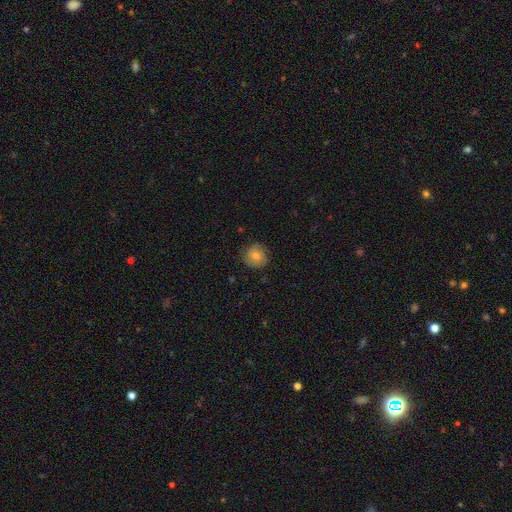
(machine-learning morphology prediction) Q: Smooth or featured?
A: smooth (61%); runner-up: featured or disk (29%)
Q: How rounded?
A: round (91%); runner-up: in between (8%)
Q: Merging?
A: none (83%); runner-up: minor disturbance (12%)